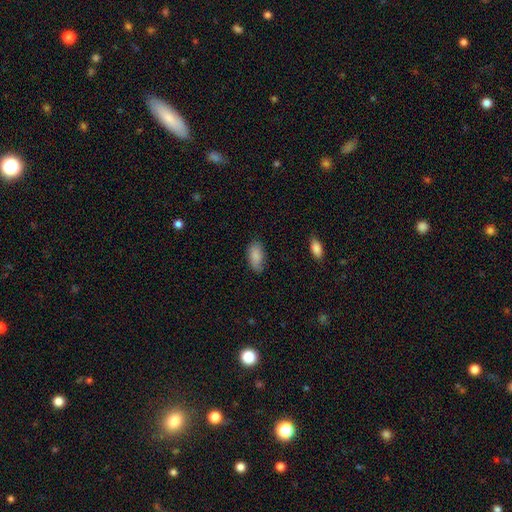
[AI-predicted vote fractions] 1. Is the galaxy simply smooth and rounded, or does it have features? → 87% smooth, 7% star or artifact, 6% featured or disk.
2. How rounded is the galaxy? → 93% in between, 5% cigar-shaped, 3% round.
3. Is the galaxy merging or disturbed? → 76% none, 19% minor disturbance, 4% major disturbance, 1% merger.